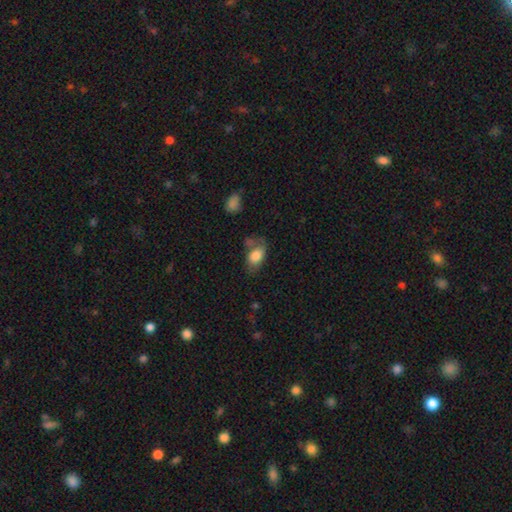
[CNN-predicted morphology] A smooth galaxy with no disk features (77%) that is in between round and cigar-shaped (89%). Merging: none (49%).